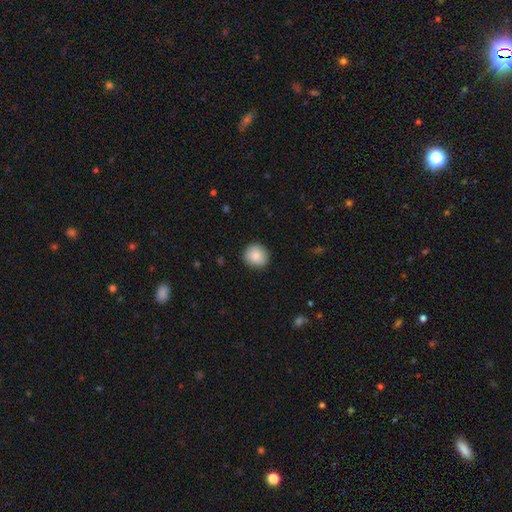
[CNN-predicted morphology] Smooth or featured?
  - smooth: 87% *
  - star or artifact: 8%
  - featured or disk: 6%
How rounded?
  - round: 86% *
  - in between: 13%
  - cigar-shaped: 1%
Merging?
  - none: 89% *
  - minor disturbance: 8%
  - major disturbance: 2%
  - merger: 1%